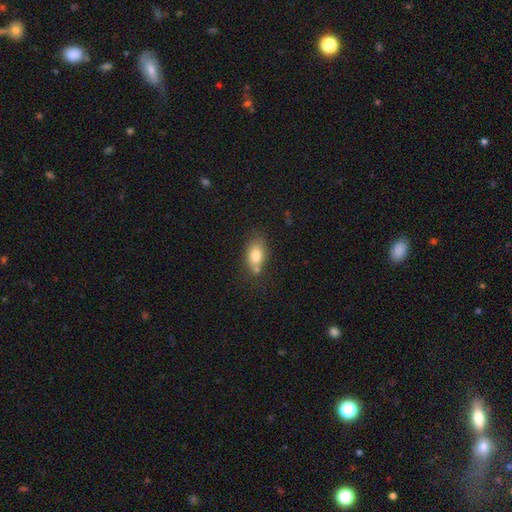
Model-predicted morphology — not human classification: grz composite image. It shows a smooth galaxy with no disk features (81%) that is in between round and cigar-shaped (84%). Merging: none (59%).